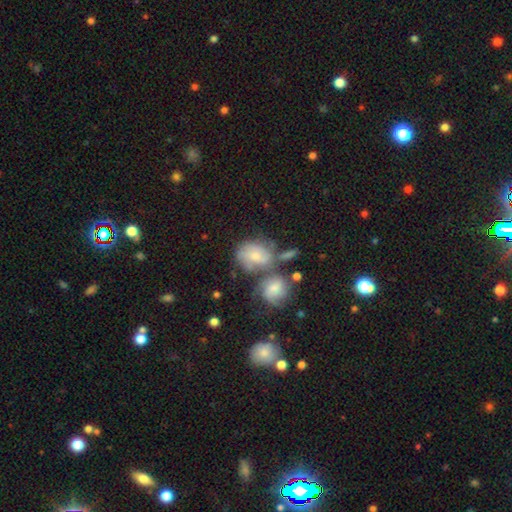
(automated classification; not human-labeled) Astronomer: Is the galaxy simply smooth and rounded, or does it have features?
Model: smooth — 46% (runner-up: featured or disk, 45%).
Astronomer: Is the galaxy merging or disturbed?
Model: merger — 39% (runner-up: none, 34%).